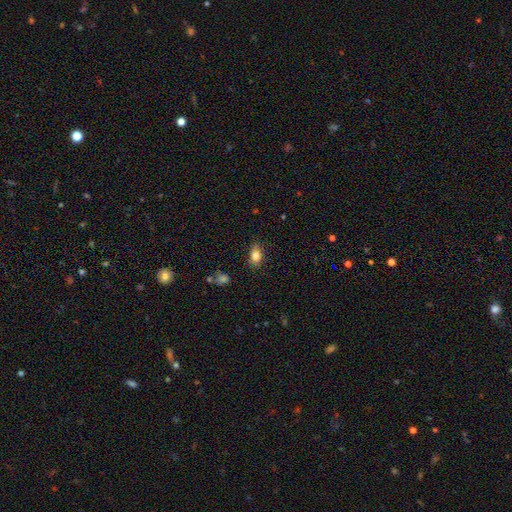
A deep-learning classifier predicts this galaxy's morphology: Q: Smooth or featured?
A: smooth (81%); runner-up: featured or disk (10%)
Q: How rounded?
A: in between (83%); runner-up: round (13%)
Q: Merging?
A: none (79%); runner-up: minor disturbance (17%)